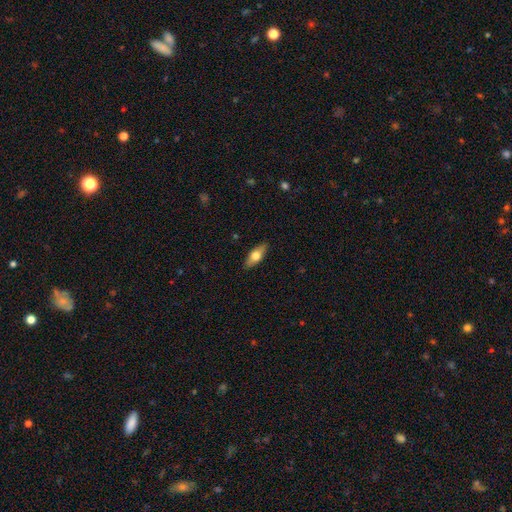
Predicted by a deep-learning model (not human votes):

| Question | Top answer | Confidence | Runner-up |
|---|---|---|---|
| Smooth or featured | smooth | 62% | featured or disk (32%) |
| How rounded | in between | 72% | cigar-shaped (25%) |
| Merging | none | 88% | minor disturbance (9%) |